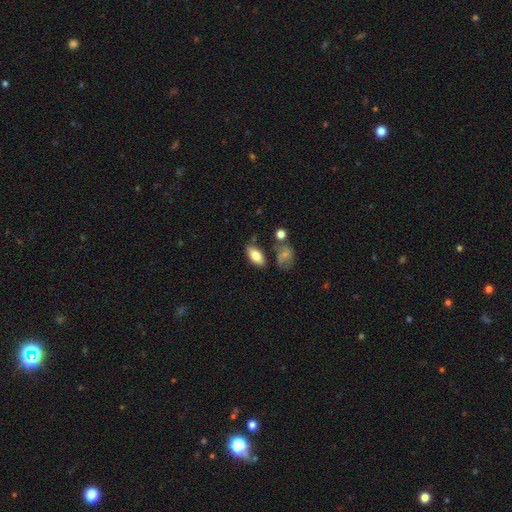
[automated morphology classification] The model was most divided on "merging": none: 72%, minor disturbance: 16%, merger: 8%, major disturbance: 4%. More confident: how rounded — in between (91%); smooth or featured — smooth (80%).